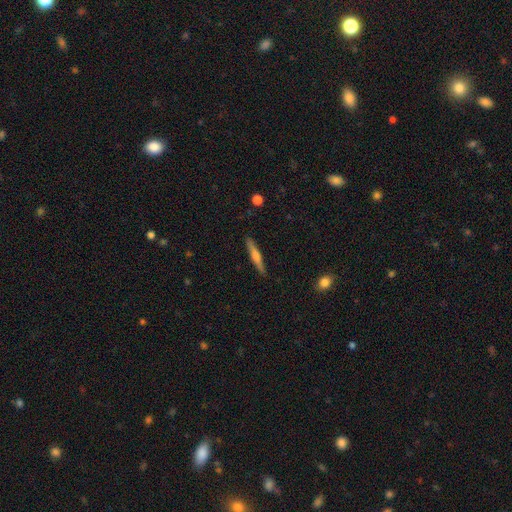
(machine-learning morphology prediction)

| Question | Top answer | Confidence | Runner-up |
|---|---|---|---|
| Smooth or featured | featured or disk | 50% | smooth (44%) |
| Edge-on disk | yes | 96% | no (4%) |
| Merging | none | 90% | minor disturbance (7%) |